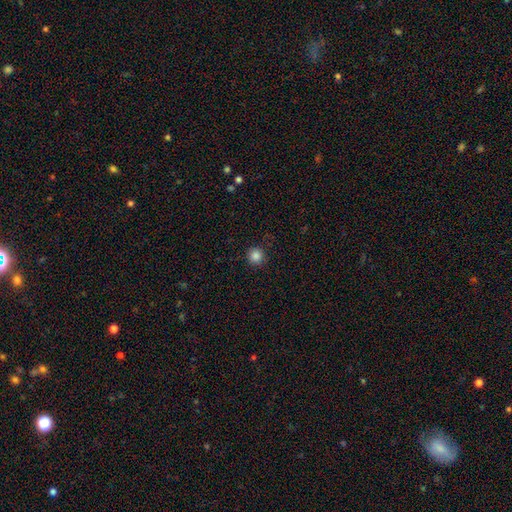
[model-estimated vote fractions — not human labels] A smooth galaxy with no disk features (85%) that is round (94%).

Vote fractions:
- Smooth or featured? smooth: 85% / star or artifact: 11% / featured or disk: 4%
- How rounded? round: 94% / in between: 5% / cigar-shaped: 1%
- Merging? none: 90% / minor disturbance: 7% / major disturbance: 2% / merger: 1%